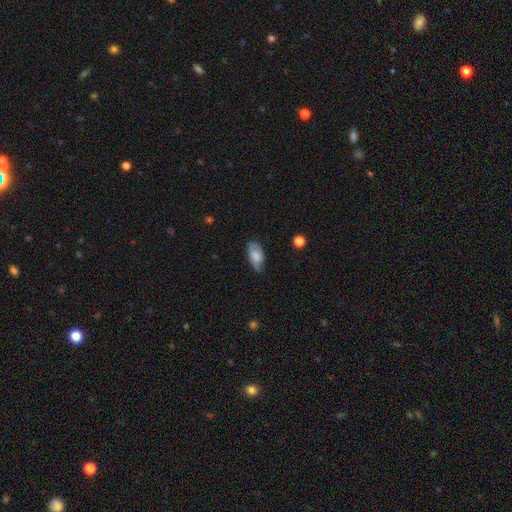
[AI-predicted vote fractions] Smooth or featured?
  - smooth: 74% *
  - featured or disk: 19%
  - star or artifact: 7%
How rounded?
  - in between: 92% *
  - cigar-shaped: 4%
  - round: 4%
Merging?
  - none: 58% *
  - minor disturbance: 33%
  - major disturbance: 7%
  - merger: 2%